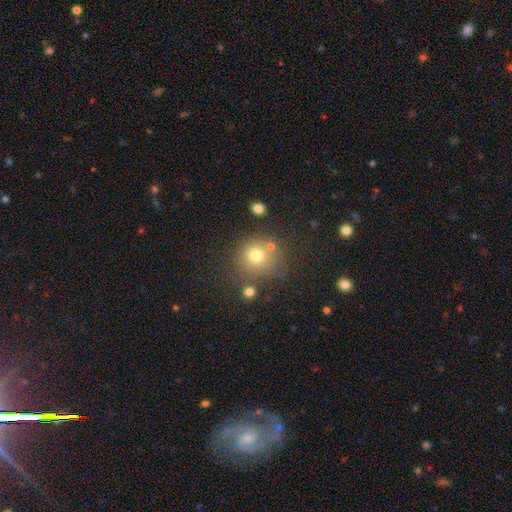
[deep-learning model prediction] Q: Smooth or featured?
A: smooth (73%); runner-up: star or artifact (17%)
Q: How rounded?
A: round (91%); runner-up: in between (8%)
Q: Merging?
A: none (77%); runner-up: minor disturbance (10%)